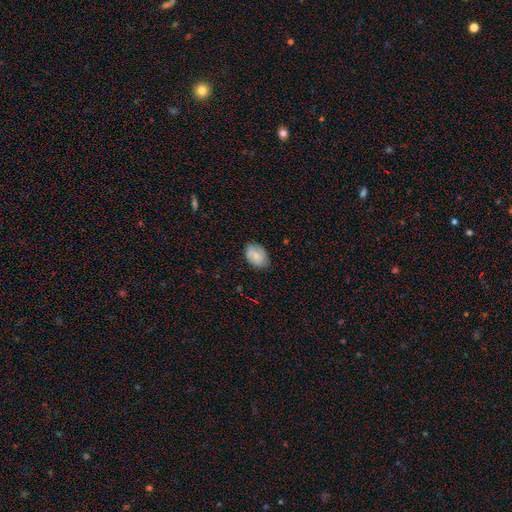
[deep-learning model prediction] A smooth galaxy with no disk features (74%) that is in between round and cigar-shaped (86%). Merging: none (76%).